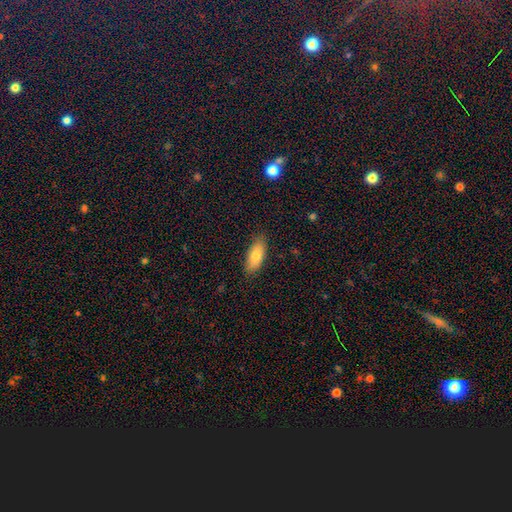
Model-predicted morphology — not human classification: The model was most divided on "smooth or featured": smooth: 79%, featured or disk: 14%, star or artifact: 7%. More confident: merging — none (86%); how rounded — in between (83%).